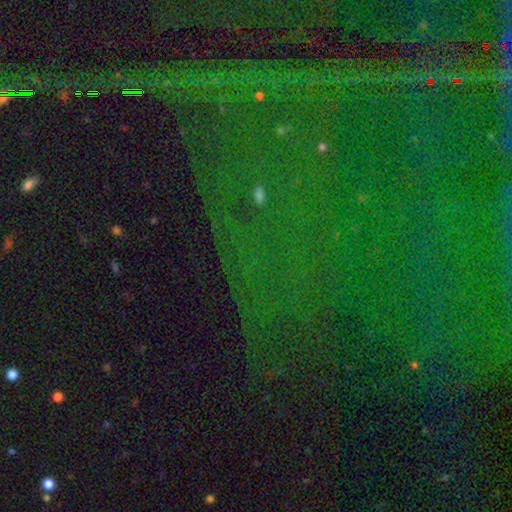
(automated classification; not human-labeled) A star or artifact, not a galaxy (85%).

Vote fractions:
- Smooth or featured? star or artifact: 85% / smooth: 8% / featured or disk: 8%